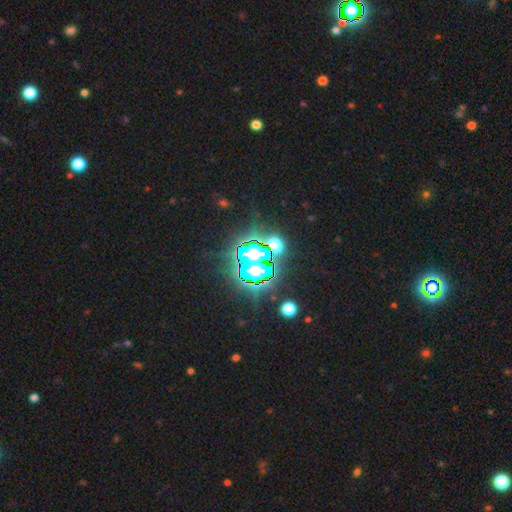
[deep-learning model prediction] smooth_or_featured: star or artifact (p=0.82) [alt: smooth p=0.10]